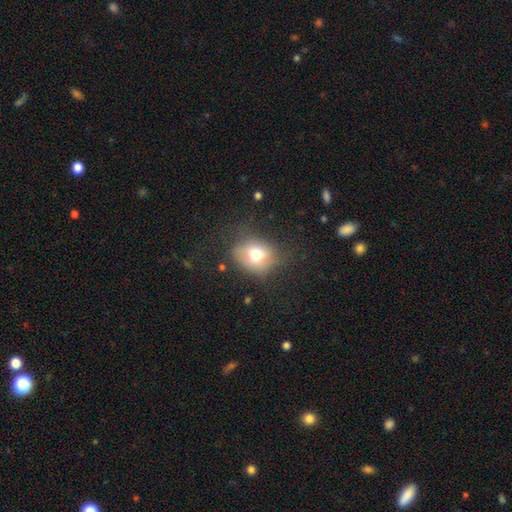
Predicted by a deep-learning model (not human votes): Morphology: type=smooth (70%); roundness=in between (51%); merging=none (66%).